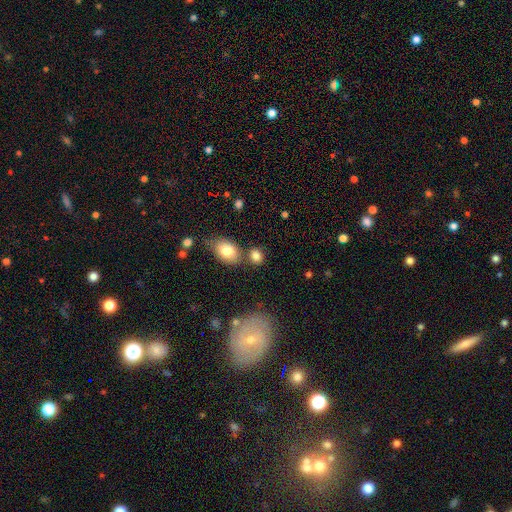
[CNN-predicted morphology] smooth-or-featured: smooth: 83% | star or artifact: 10% | featured or disk: 7%
  how-rounded: round: 52% | in between: 46% | cigar-shaped: 2%
  merging: none: 64% | merger: 19% | minor disturbance: 12% | major disturbance: 4%